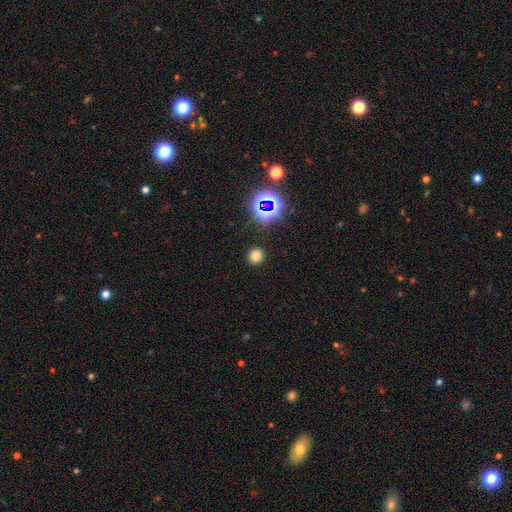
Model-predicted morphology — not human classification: Q: Smooth or featured?
A: smooth (73%); runner-up: star or artifact (22%)
Q: How rounded?
A: round (89%); runner-up: in between (10%)
Q: Merging?
A: none (90%); runner-up: minor disturbance (6%)